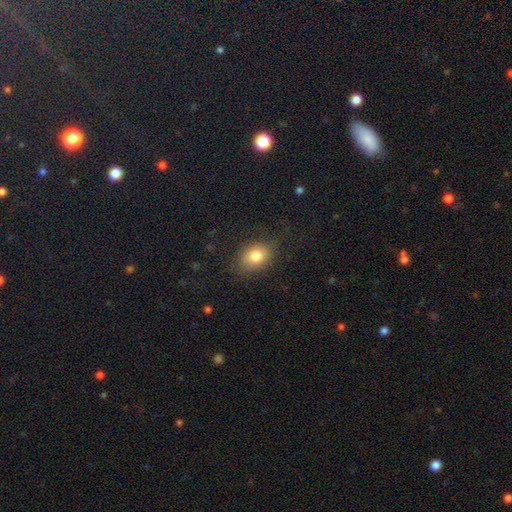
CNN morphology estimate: Overall: smooth (80%). How rounded: in between (68%; round 31%). Merging: none (76%).